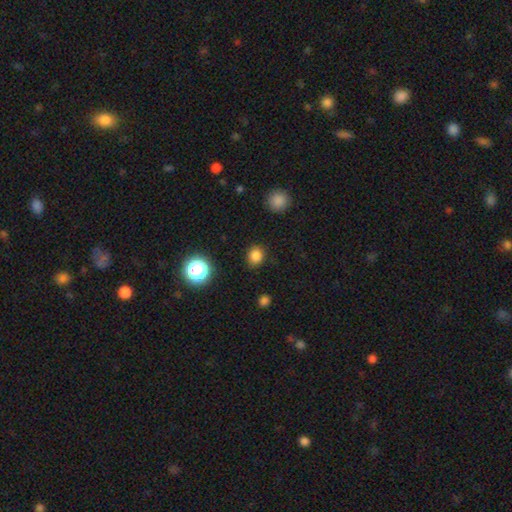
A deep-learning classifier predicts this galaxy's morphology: smooth 82%, star or artifact 14%, featured or disk 4%. Down the decision tree: how rounded — round (81%); merging — none (88%).